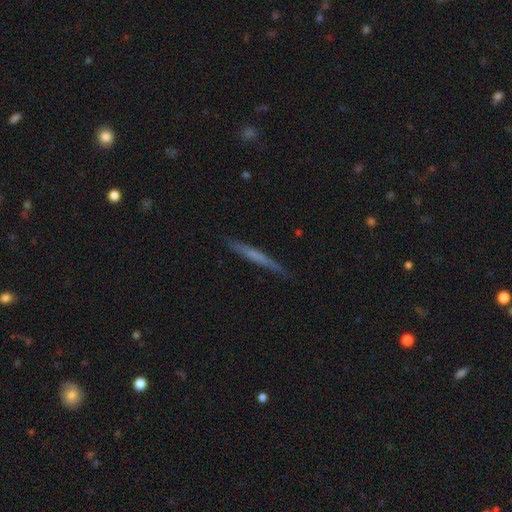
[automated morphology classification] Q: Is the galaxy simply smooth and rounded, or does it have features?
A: smooth — 49%.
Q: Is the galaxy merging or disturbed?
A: none — 89%.